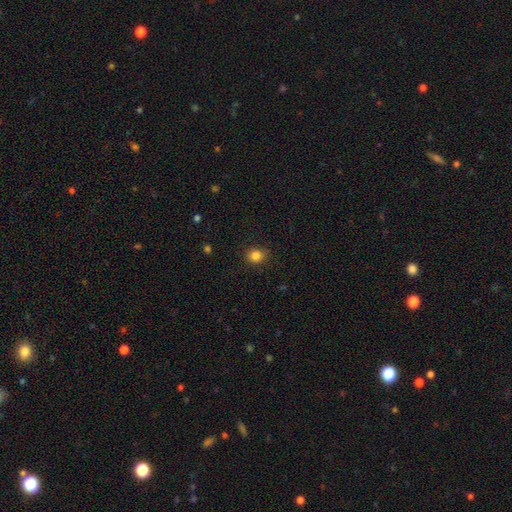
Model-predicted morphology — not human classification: A smooth galaxy with no disk features (84%) that is round (79%). Merging: none (87%).